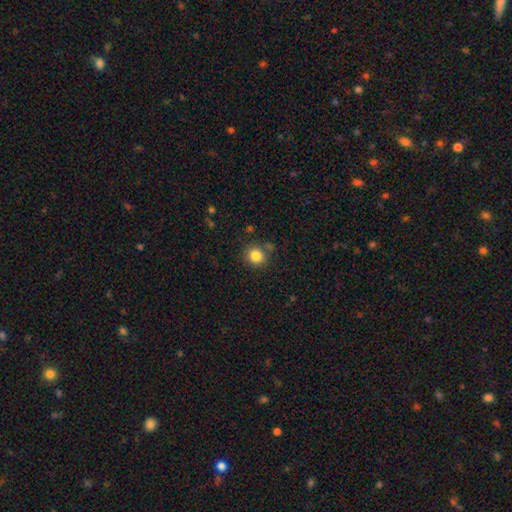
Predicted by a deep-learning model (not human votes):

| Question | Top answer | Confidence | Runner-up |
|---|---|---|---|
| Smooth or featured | smooth | 84% | star or artifact (11%) |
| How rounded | round | 88% | in between (11%) |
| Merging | none | 81% | minor disturbance (10%) |